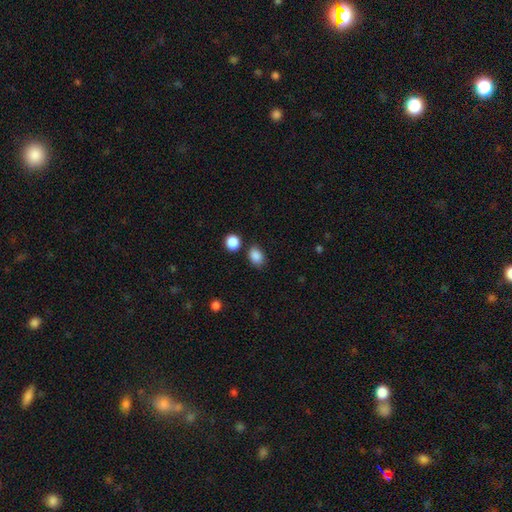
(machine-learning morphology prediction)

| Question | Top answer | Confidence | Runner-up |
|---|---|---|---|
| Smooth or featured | smooth | 87% | star or artifact (10%) |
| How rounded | in between | 68% | round (31%) |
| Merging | none | 74% | minor disturbance (15%) |